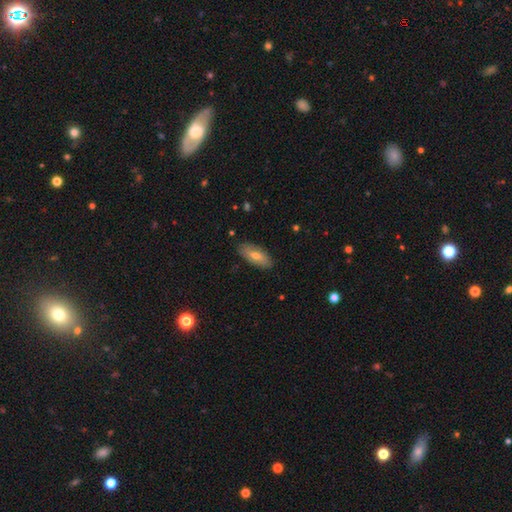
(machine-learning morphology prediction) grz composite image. It shows a smooth galaxy with no disk features (57%) that is in between round and cigar-shaped (81%). Merging: none (85%).